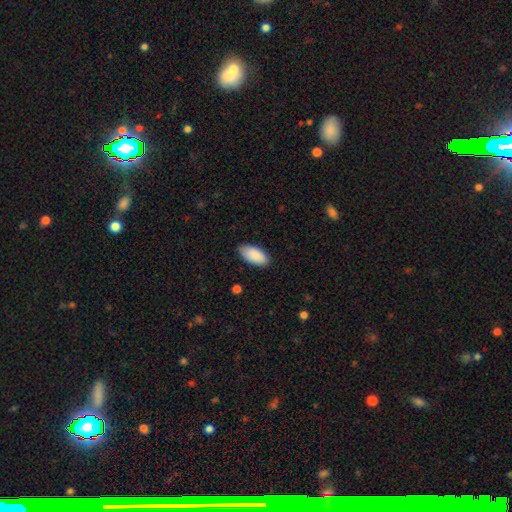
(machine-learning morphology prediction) Smooth or featured: smooth — 90% (star or artifact — 6%)
How rounded: in between — 94% (cigar-shaped — 5%)
Merging: none — 86% (minor disturbance — 11%)